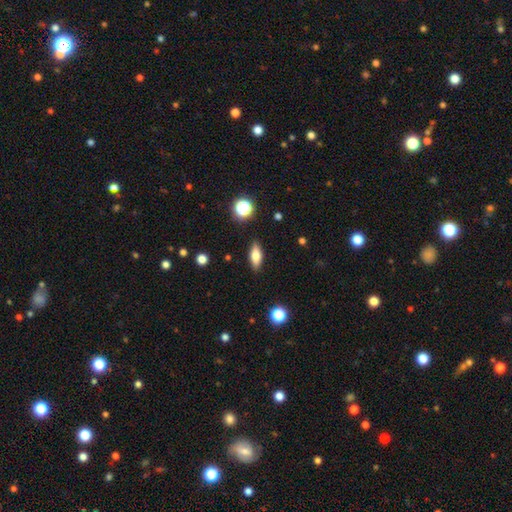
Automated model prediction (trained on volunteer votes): This appears to be a smooth galaxy with no disk features (71%) that is in between round and cigar-shaped (70%). Merging: none (87%).